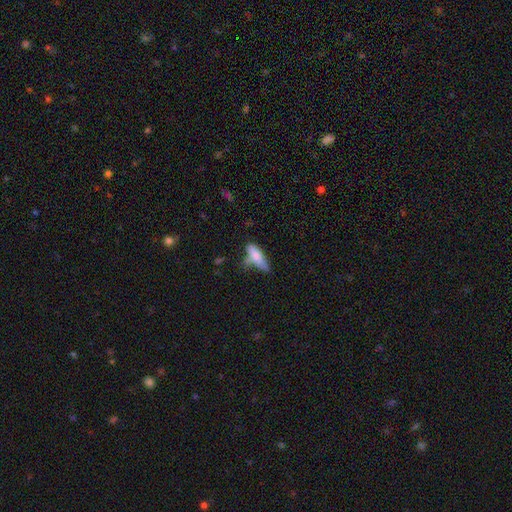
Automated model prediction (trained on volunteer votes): smooth 76%, featured or disk 17%, star or artifact 7%. Down the decision tree: how rounded — in between (52%); merging — none (45%).